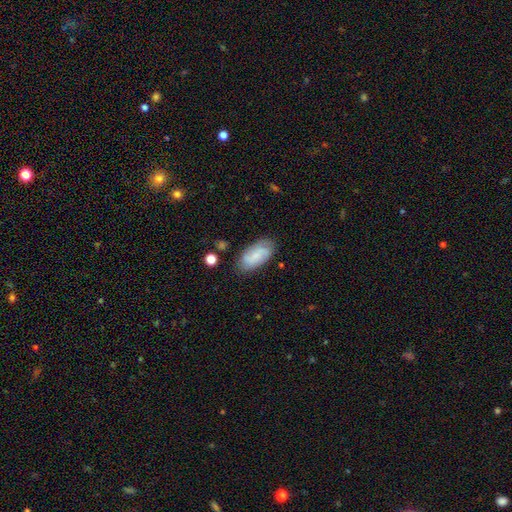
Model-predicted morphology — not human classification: Smooth or featured? Predicted: smooth (p=0.52). How rounded? Predicted: in between (p=0.90). Merging? Predicted: none (p=0.75).